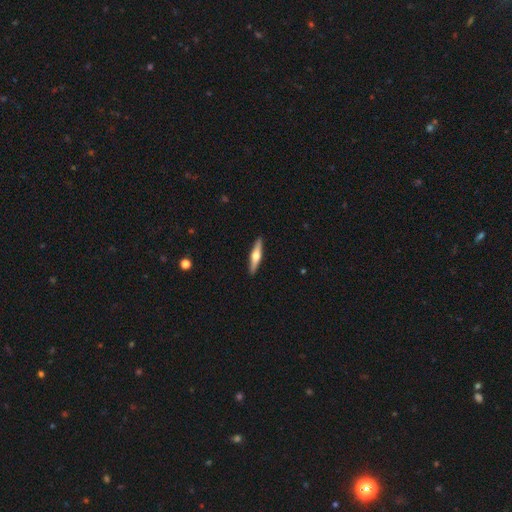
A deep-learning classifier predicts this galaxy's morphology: Smooth or featured: featured or disk — 58% (smooth — 37%)
Edge-on disk: yes — 95% (no — 5%)
Edge-on bulge: rounded — 94% (none — 3%)
Merging: none — 91% (minor disturbance — 6%)